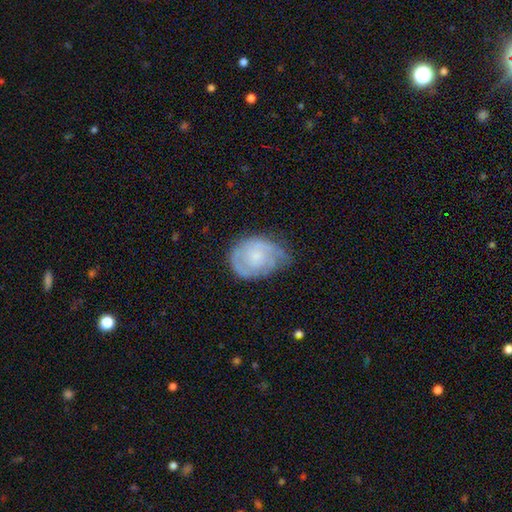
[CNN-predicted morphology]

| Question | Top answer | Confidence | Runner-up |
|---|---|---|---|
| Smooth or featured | featured or disk | 62% | smooth (31%) |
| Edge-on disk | no | 97% | yes (3%) |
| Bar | no | 76% | weak (21%) |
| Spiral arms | yes | 84% | no (16%) |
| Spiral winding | tight | 55% | medium (32%) |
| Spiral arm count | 2 | 35% | can't tell (32%) |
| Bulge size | small | 49% | moderate (27%) |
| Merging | none | 49% | minor disturbance (33%) |